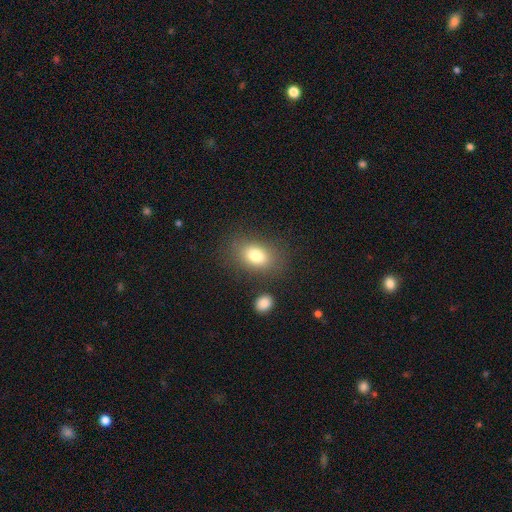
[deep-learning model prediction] smooth_or_featured: smooth (p=0.79) [alt: featured or disk p=0.11]
how_rounded: in between (p=0.77) [alt: round p=0.22]
merging: none (p=0.79) [alt: minor disturbance p=0.12]